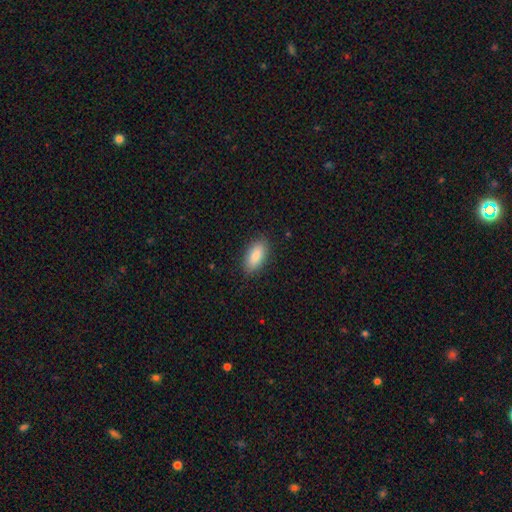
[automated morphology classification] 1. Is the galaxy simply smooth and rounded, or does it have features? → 88% smooth, 6% star or artifact, 6% featured or disk.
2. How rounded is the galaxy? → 90% in between, 8% cigar-shaped, 3% round.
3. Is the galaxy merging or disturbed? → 87% none, 9% minor disturbance, 2% major disturbance, 1% merger.